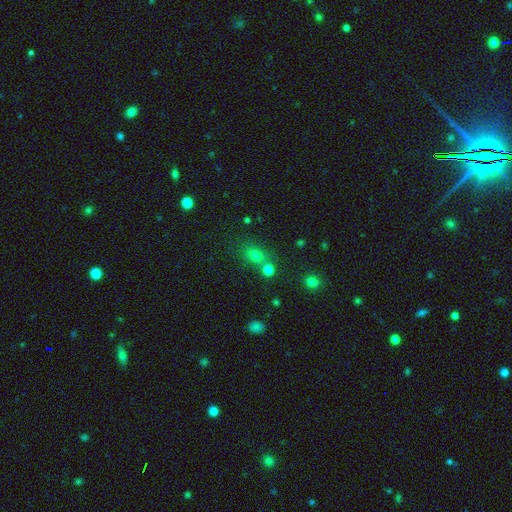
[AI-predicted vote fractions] The model was most divided on "how rounded": round: 57%, in between: 41%, cigar-shaped: 2%. More confident: smooth or featured — smooth (69%); merging — none (61%).